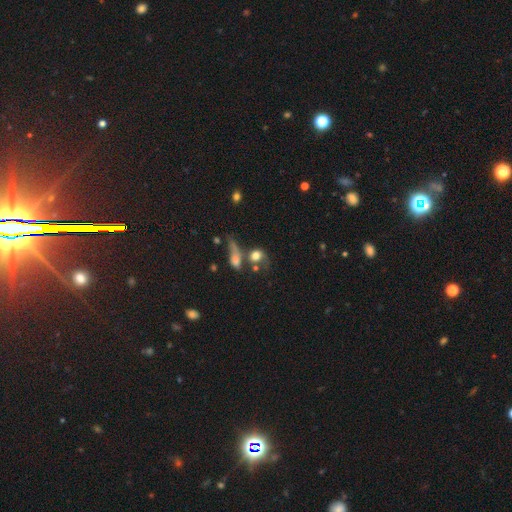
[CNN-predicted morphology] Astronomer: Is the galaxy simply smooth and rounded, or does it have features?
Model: smooth — 67%.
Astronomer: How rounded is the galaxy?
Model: round — 60% (runner-up: in between, 36%).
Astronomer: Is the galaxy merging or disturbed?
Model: merger — 38% (runner-up: none, 27%).